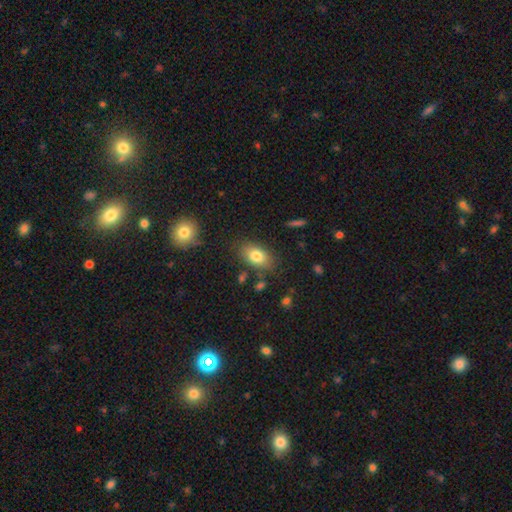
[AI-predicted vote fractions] Q: Smooth or featured?
A: smooth (79%); runner-up: featured or disk (12%)
Q: How rounded?
A: in between (87%); runner-up: round (11%)
Q: Merging?
A: none (80%); runner-up: minor disturbance (13%)